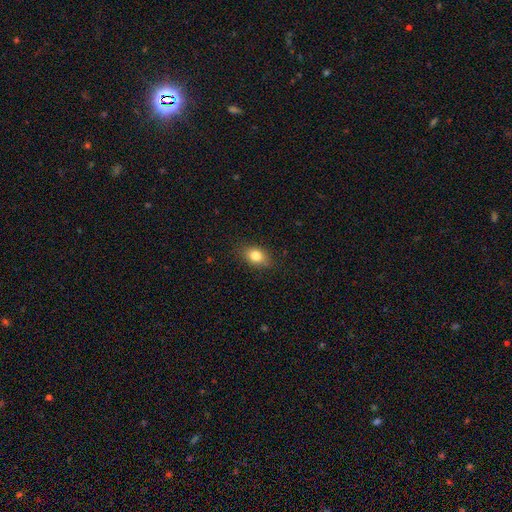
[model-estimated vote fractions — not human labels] smooth-or-featured: smooth: 82% | star or artifact: 9% | featured or disk: 9%
  how-rounded: in between: 74% | round: 23% | cigar-shaped: 2%
  merging: none: 85% | minor disturbance: 12% | major disturbance: 3% | merger: 1%